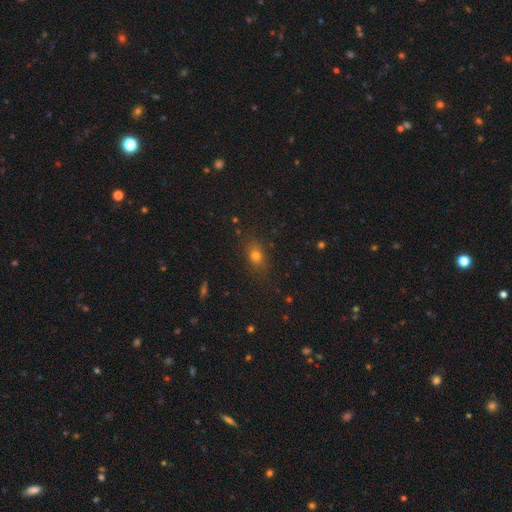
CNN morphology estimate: A smooth galaxy with no disk features (74%) that is in between round and cigar-shaped (62%). Merging: none (81%).